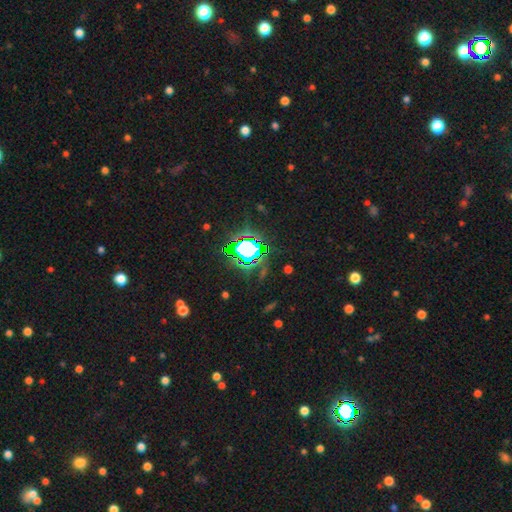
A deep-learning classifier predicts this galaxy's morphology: Smooth or featured? star or artifact (83%)